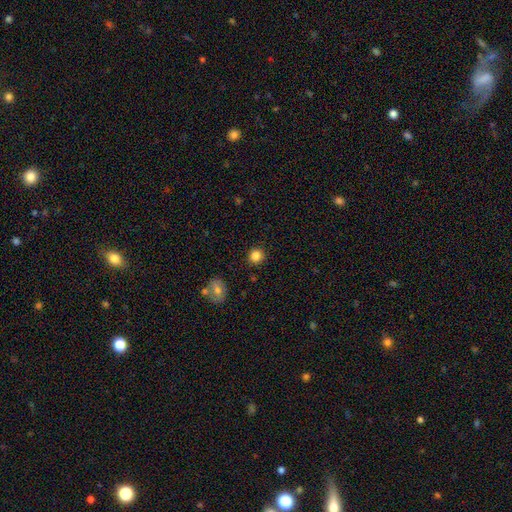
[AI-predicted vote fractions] smooth-or-featured: smooth: 85% | star or artifact: 11% | featured or disk: 5%
  how-rounded: round: 90% | in between: 9% | cigar-shaped: 1%
  merging: none: 89% | minor disturbance: 7% | major disturbance: 2% | merger: 2%